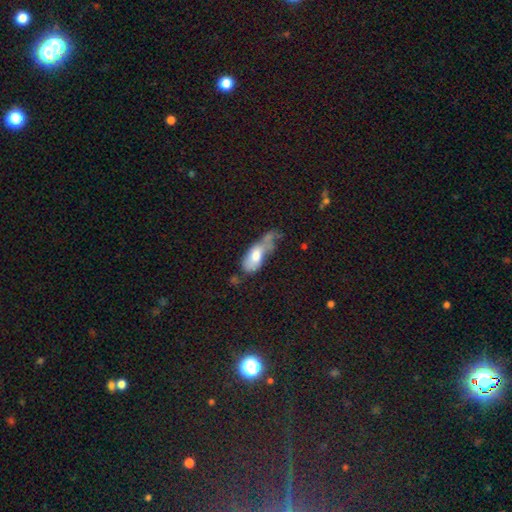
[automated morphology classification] smooth-or-featured: smooth: 67% | featured or disk: 25% | star or artifact: 8%
  how-rounded: in between: 80% | cigar-shaped: 15% | round: 5%
  merging: major disturbance: 36% | minor disturbance: 26% | none: 19% | merger: 18%